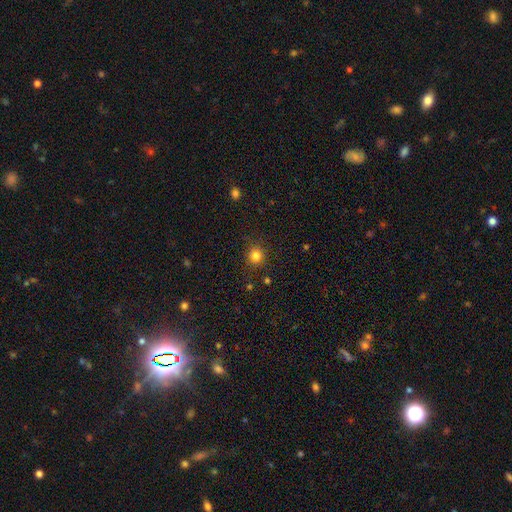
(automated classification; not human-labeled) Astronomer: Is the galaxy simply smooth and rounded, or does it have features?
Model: smooth — 81%.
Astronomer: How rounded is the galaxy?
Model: round — 91%.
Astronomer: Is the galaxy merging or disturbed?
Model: none — 89%.